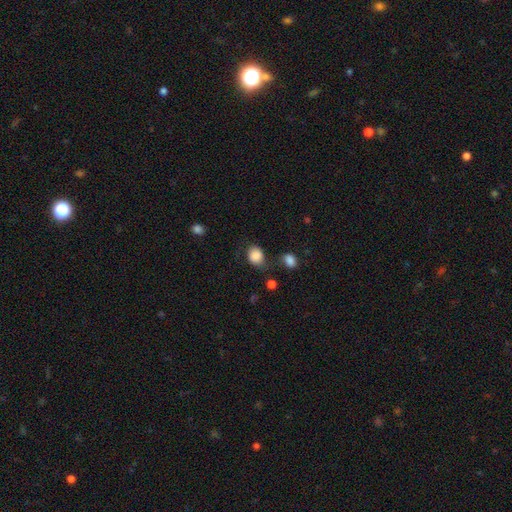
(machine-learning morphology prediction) Q: Smooth or featured?
A: smooth (86%); runner-up: star or artifact (9%)
Q: How rounded?
A: round (54%); runner-up: in between (45%)
Q: Merging?
A: none (61%); runner-up: minor disturbance (23%)